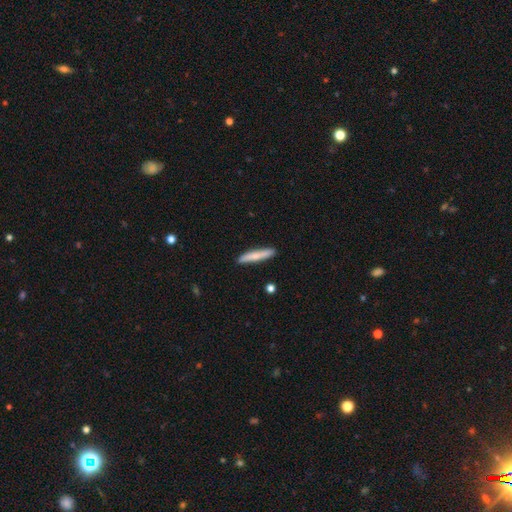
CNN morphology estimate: Smooth or featured? smooth (73%)
How rounded? cigar-shaped (93%)
Merging? none (89%)